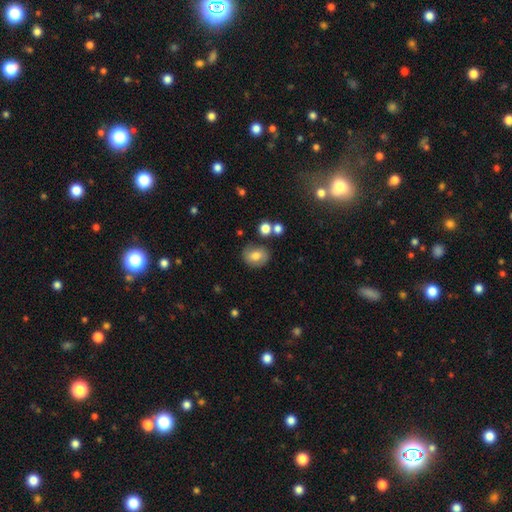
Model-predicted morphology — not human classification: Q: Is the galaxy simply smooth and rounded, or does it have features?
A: smooth — 70%.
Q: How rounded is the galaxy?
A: round — 57%.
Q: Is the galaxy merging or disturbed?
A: none — 76%.